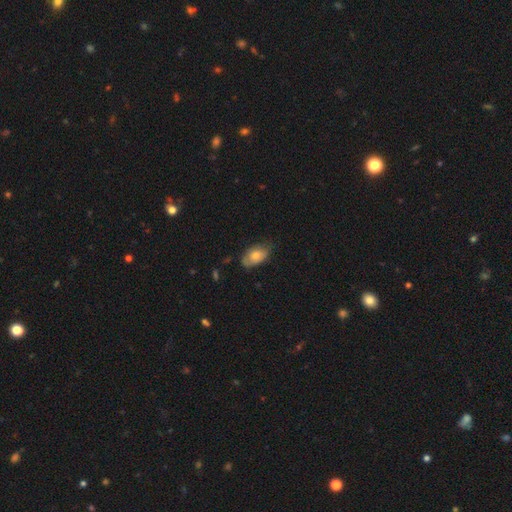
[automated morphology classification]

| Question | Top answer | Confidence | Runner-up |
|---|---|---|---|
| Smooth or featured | smooth | 71% | featured or disk (22%) |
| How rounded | in between | 92% | round (6%) |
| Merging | none | 60% | minor disturbance (32%) |